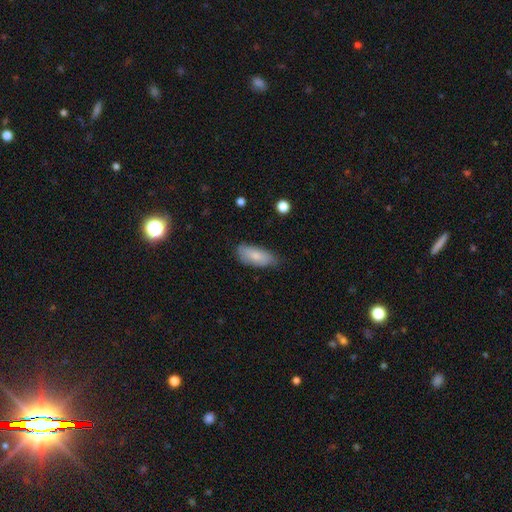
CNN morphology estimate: smooth_or_featured: smooth (p=0.76) [alt: featured or disk p=0.18]
how_rounded: in between (p=0.87) [alt: cigar-shaped p=0.11]
merging: none (p=0.65) [alt: minor disturbance p=0.29]